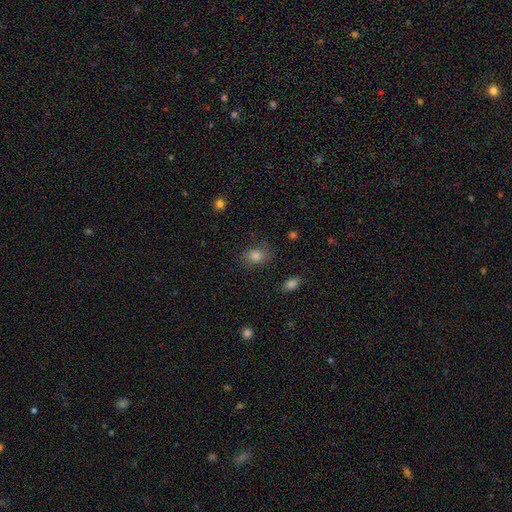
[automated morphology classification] Overall: smooth (79%). How rounded: in between (59%; round 40%). Merging: none (78%).